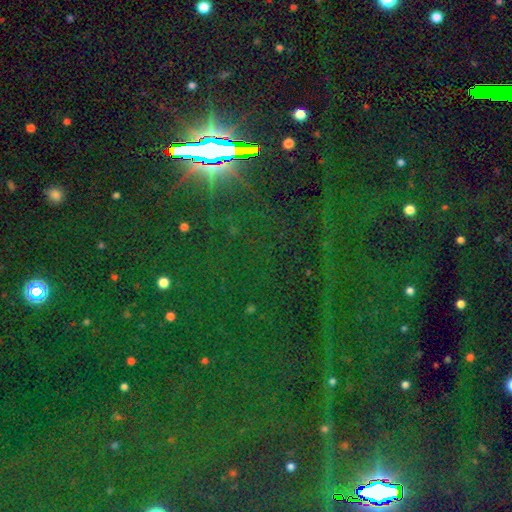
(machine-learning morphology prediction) Smooth or featured?
  - star or artifact: 85% *
  - smooth: 8%
  - featured or disk: 7%